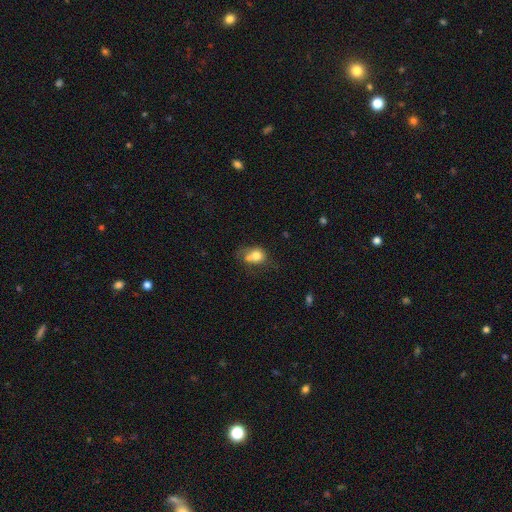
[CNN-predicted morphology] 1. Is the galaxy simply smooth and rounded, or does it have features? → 74% smooth, 15% featured or disk, 10% star or artifact.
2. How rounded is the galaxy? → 56% round, 43% in between, 1% cigar-shaped.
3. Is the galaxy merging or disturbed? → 37% merger, 35% none, 19% minor disturbance, 10% major disturbance.